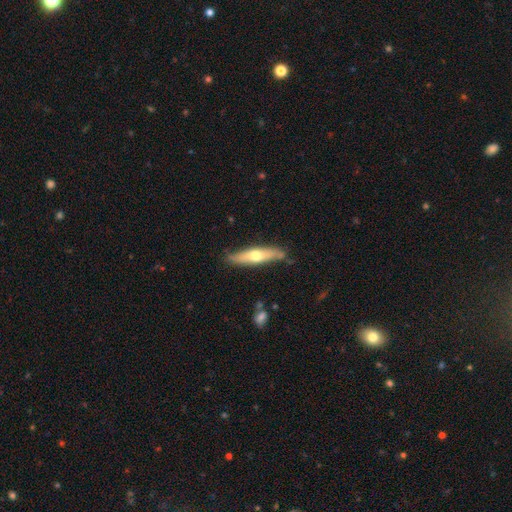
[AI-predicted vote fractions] smooth-or-featured: featured or disk: 49% | smooth: 46% | star or artifact: 5%
  merging: none: 80% | minor disturbance: 15% | merger: 3% | major disturbance: 3%